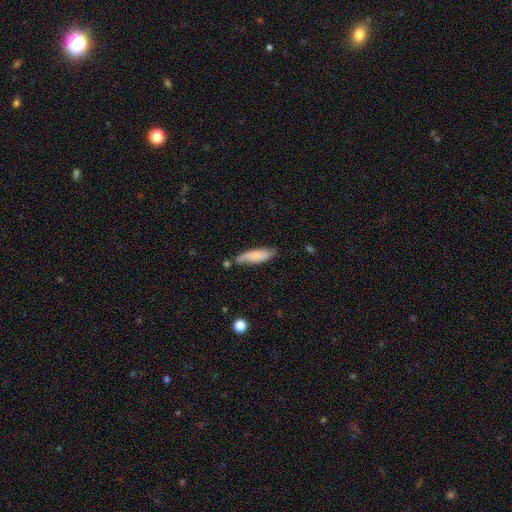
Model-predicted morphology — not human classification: smooth 76%, featured or disk 18%, star or artifact 6%. Down the decision tree: how rounded — cigar-shaped (64%); merging — none (69%).